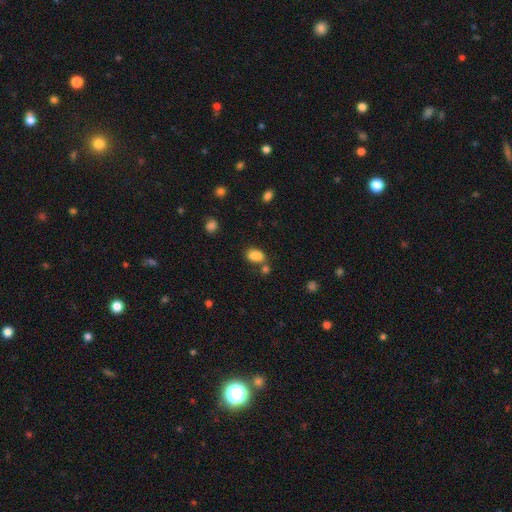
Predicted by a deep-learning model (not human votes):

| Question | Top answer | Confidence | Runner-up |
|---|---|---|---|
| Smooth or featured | smooth | 84% | star or artifact (10%) |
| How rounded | in between | 84% | round (15%) |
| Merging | none | 56% | merger (25%) |